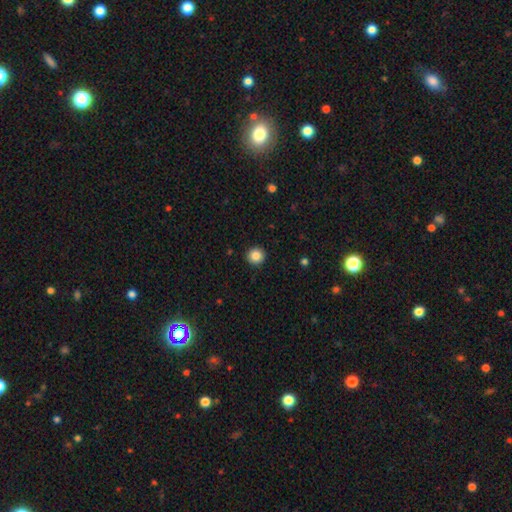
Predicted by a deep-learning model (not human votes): A smooth galaxy with no disk features (86%) that is round (94%).

Vote fractions:
- Smooth or featured? smooth: 86% / star or artifact: 10% / featured or disk: 4%
- How rounded? round: 94% / in between: 5% / cigar-shaped: 1%
- Merging? none: 93% / minor disturbance: 5% / major disturbance: 2% / merger: 1%